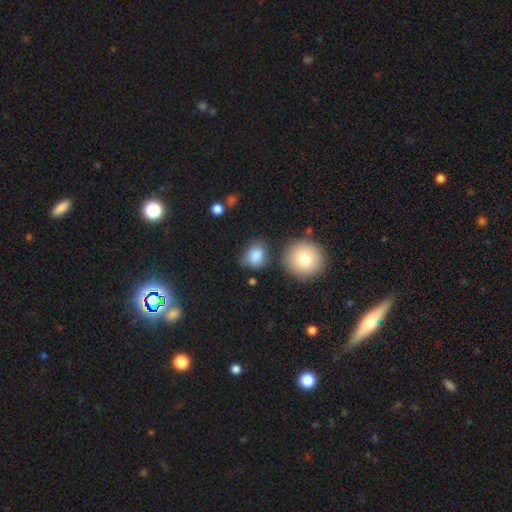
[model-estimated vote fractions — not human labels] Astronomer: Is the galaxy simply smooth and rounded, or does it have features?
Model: smooth — 84%.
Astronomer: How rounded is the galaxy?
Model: round — 59% (runner-up: in between, 40%).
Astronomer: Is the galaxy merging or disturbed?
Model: none — 58%.